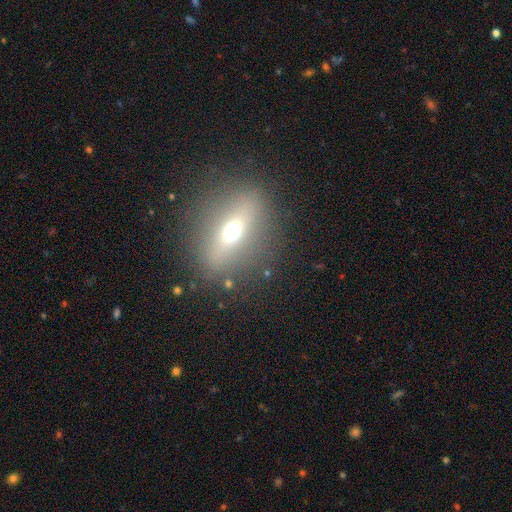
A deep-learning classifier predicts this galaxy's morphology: smooth_or_featured: featured or disk (p=0.57) [alt: smooth p=0.29]
disk_edge_on: yes (p=0.68) [alt: no p=0.32]
merging: none (p=0.86) [alt: minor disturbance p=0.09]